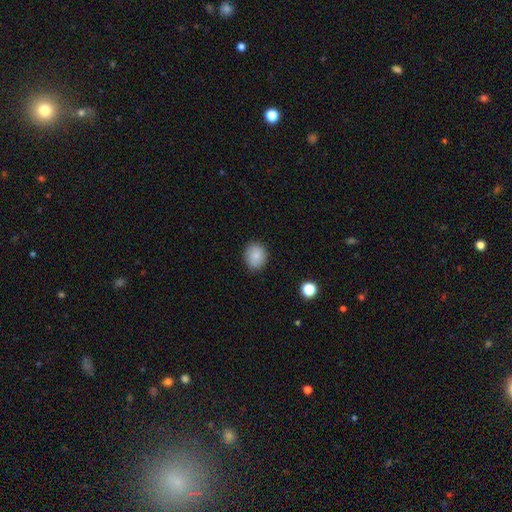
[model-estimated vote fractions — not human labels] Smooth or featured? Predicted: smooth (p=0.85). How rounded? Predicted: round (p=0.70). Merging? Predicted: none (p=0.87).